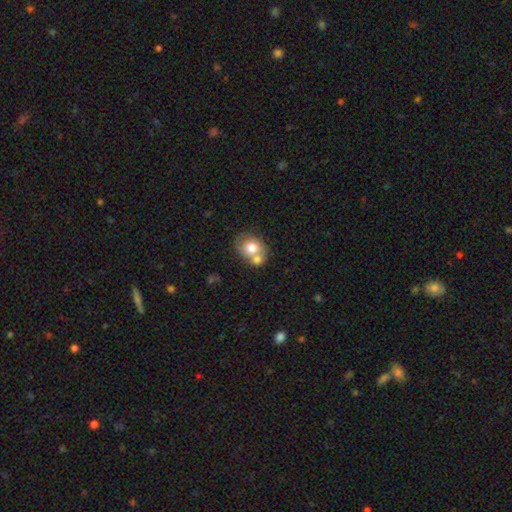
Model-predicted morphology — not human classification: type=smooth (71%); roundness=round (62%); merging=merger (51%).